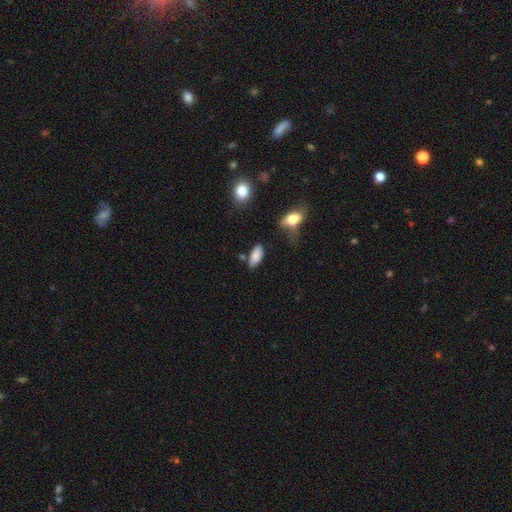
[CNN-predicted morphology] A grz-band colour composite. It shows a smooth galaxy with no disk features (85%) that is in between round and cigar-shaped (88%). Merging: none (68%).